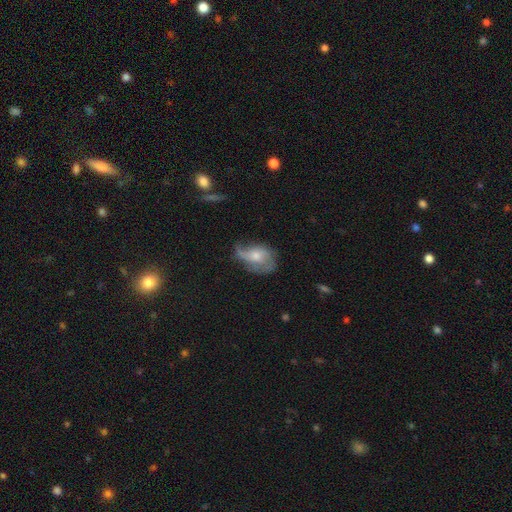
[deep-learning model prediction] Overall: featured or disk (61%; smooth 32%). Edge-on disk: no (96%). Bar: no (70%). Spiral arms: yes (79%). Bulge size: moderate (51%; small 35%). Merging: none (38%; minor disturbance 30%).